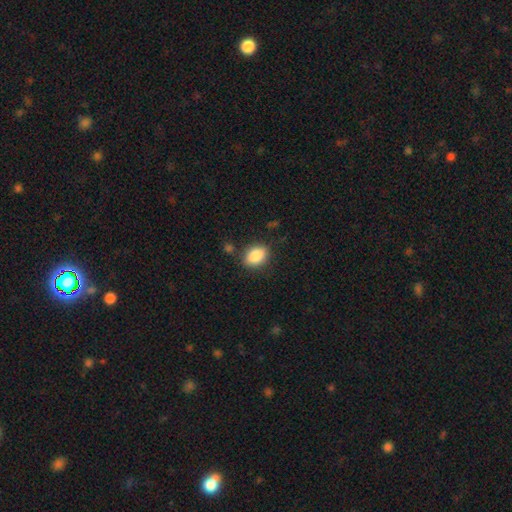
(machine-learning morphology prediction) type=smooth (86%); roundness=in between (76%); merging=none (82%).